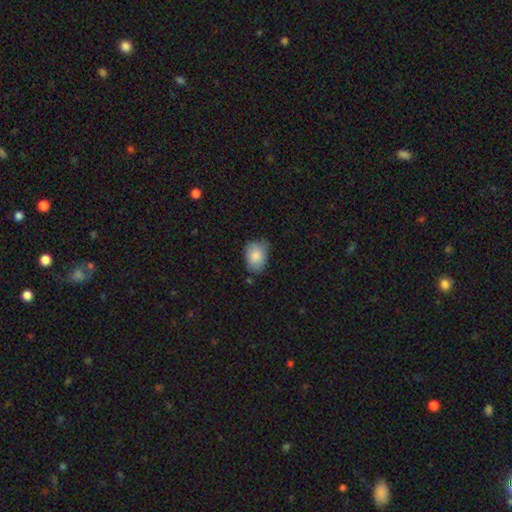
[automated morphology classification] The model was most divided on "merging": none: 62%, minor disturbance: 30%, major disturbance: 6%, merger: 2%. More confident: smooth or featured — smooth (83%); how rounded — in between (77%).